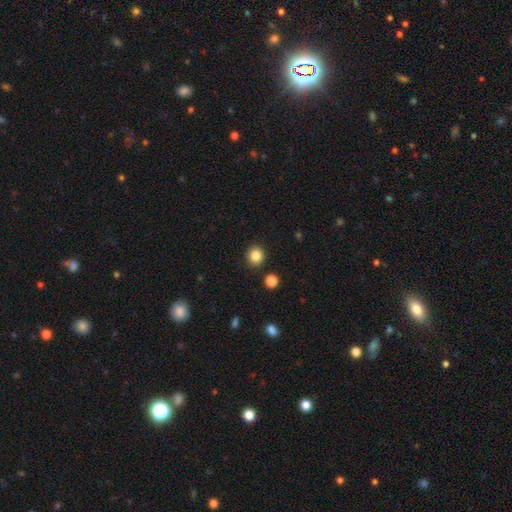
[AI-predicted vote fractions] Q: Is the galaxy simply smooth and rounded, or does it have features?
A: smooth — 86%.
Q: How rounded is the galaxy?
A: round — 86%.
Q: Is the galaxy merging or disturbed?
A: none — 89%.